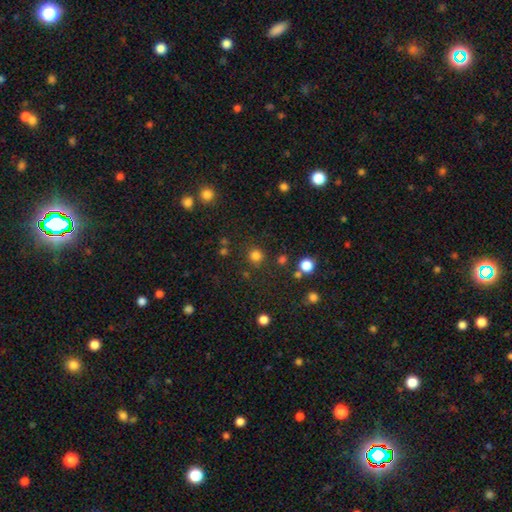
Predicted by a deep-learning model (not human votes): Smooth or featured? smooth (79%)
How rounded? round (92%)
Merging? none (85%)